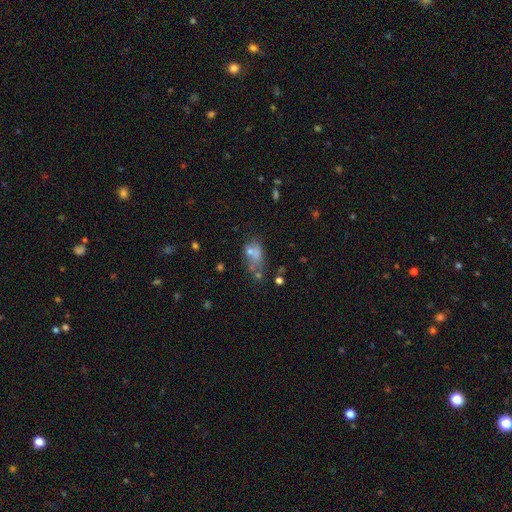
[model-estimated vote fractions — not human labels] Smooth or featured? smooth (60%)
How rounded? in between (78%)
Merging? none (32%)